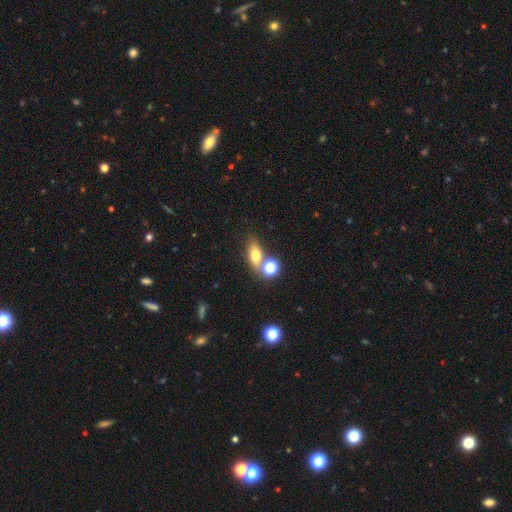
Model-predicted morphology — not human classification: Smooth or featured?
  - smooth: 67% *
  - featured or disk: 18%
  - star or artifact: 14%
How rounded?
  - in between: 66% *
  - round: 23%
  - cigar-shaped: 11%
Merging?
  - none: 56% *
  - merger: 28%
  - minor disturbance: 11%
  - major disturbance: 5%